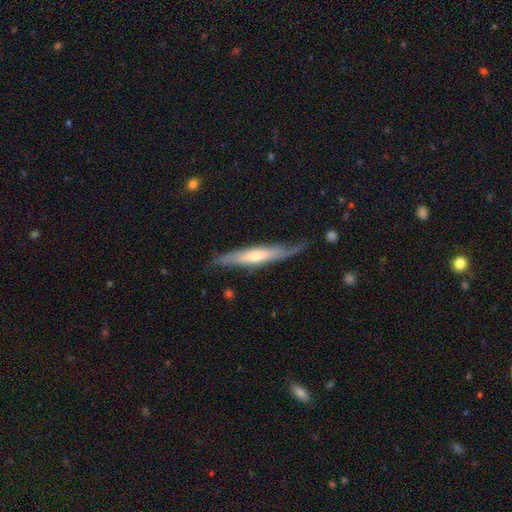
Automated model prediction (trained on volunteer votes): This appears to be a featured or disk galaxy (59%) viewed edge-on (78%). Merging: none (67%).